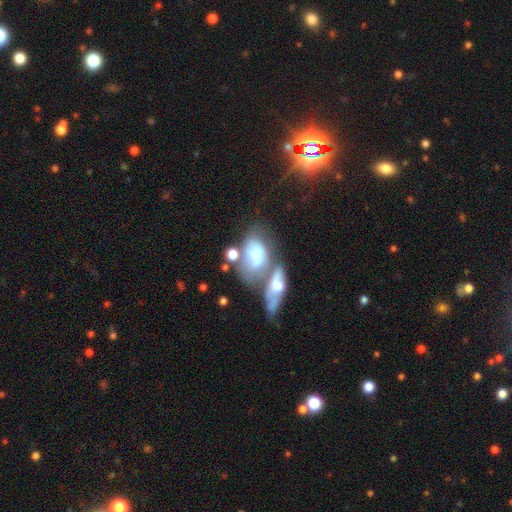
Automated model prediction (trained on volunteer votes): A smooth galaxy with no disk features (50%).

Vote fractions:
- Smooth or featured? smooth: 50% / featured or disk: 40% / star or artifact: 10%
- Merging? merger: 47% / none: 27% / minor disturbance: 15% / major disturbance: 11%